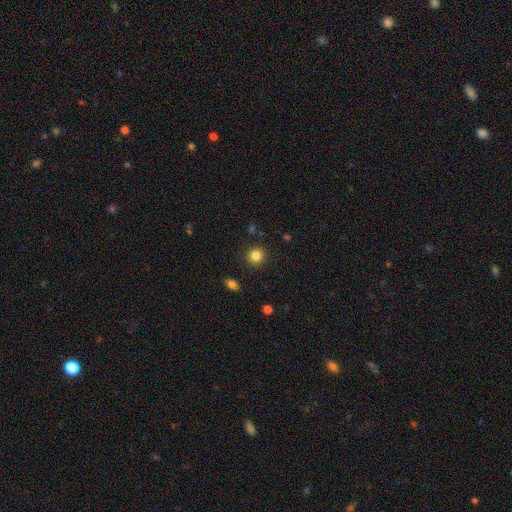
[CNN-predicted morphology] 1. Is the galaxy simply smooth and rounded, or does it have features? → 84% smooth, 11% star or artifact, 5% featured or disk.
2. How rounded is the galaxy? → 89% round, 10% in between, 1% cigar-shaped.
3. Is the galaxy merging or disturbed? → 90% none, 6% minor disturbance, 2% major disturbance, 2% merger.